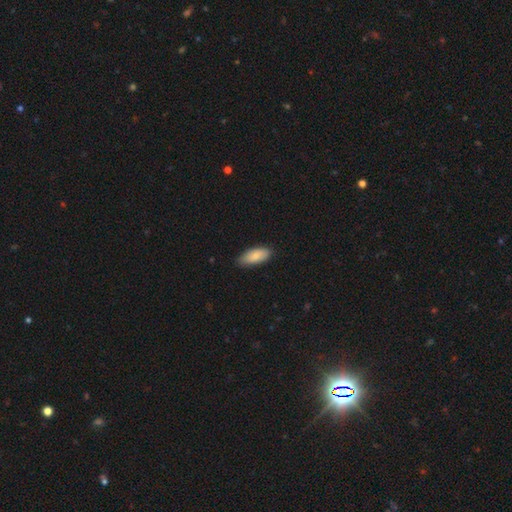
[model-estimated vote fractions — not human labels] smooth 83%, featured or disk 11%, star or artifact 6%. Down the decision tree: how rounded — in between (86%); merging — none (81%).